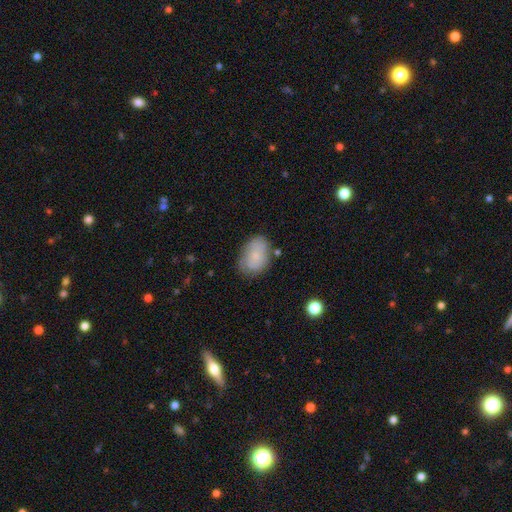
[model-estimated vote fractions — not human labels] This appears to be a smooth galaxy with no disk features (71%) that is in between round and cigar-shaped (82%). Merging: none (66%).